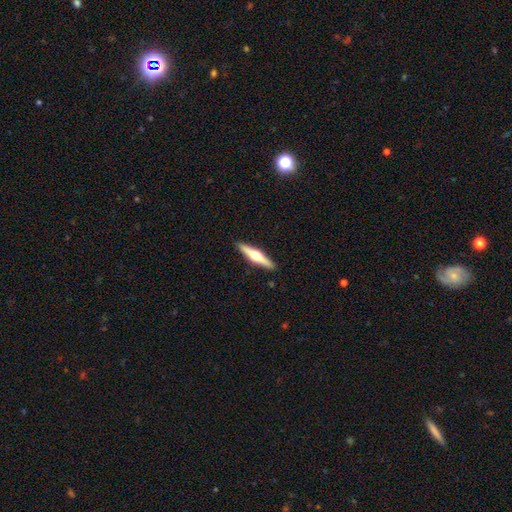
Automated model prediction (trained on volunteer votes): Smooth or featured?
  - featured or disk: 62% *
  - smooth: 33%
  - star or artifact: 5%
Edge-on disk?
  - yes: 97% *
  - no: 3%
Edge-on bulge?
  - rounded: 94% *
  - boxy: 4%
  - none: 2%
Merging?
  - none: 91% *
  - minor disturbance: 6%
  - major disturbance: 1%
  - merger: 1%